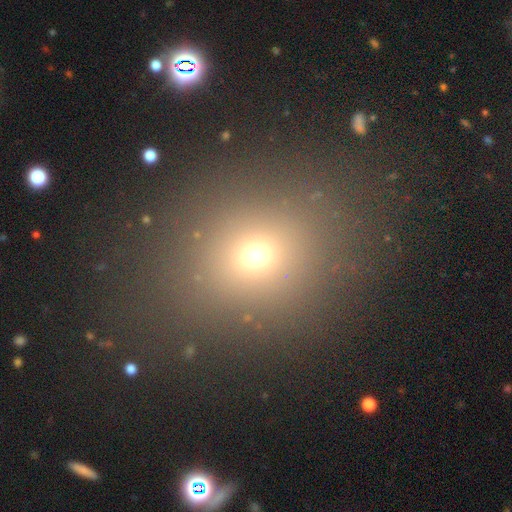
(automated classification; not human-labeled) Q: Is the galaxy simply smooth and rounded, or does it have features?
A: smooth — 66%.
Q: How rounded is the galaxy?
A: round — 68%.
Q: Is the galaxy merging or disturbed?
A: none — 85%.